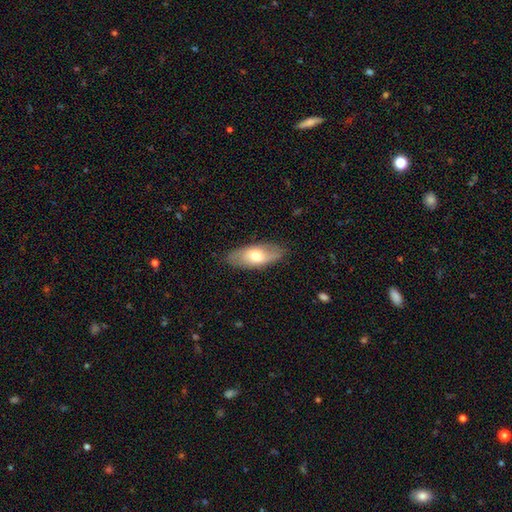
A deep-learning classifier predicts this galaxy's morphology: The model was most divided on "smooth or featured": smooth: 60%, featured or disk: 34%, star or artifact: 6%. More confident: how rounded — in between (84%); merging — none (83%).